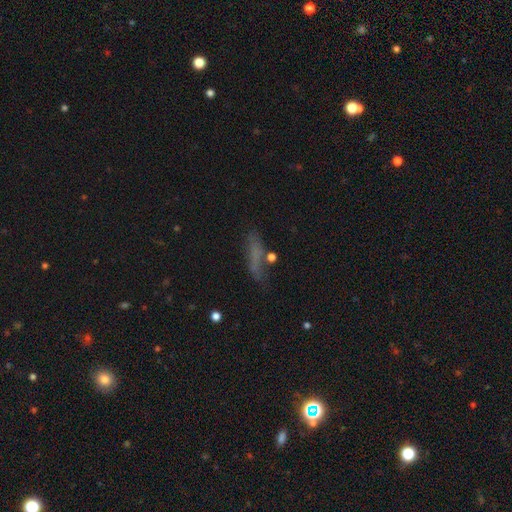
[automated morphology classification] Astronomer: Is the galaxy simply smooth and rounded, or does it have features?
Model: smooth — 56%.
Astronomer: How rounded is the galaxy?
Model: cigar-shaped — 67%.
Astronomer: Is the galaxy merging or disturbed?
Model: none — 56%.